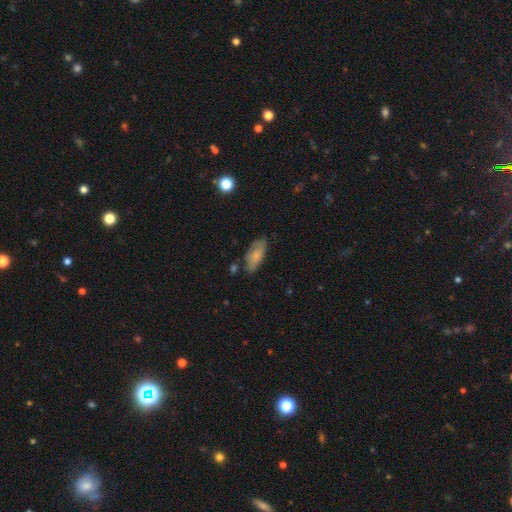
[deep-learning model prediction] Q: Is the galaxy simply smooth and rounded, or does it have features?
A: smooth — 78%.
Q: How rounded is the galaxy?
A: in between — 82%.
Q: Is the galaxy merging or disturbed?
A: none — 74%.